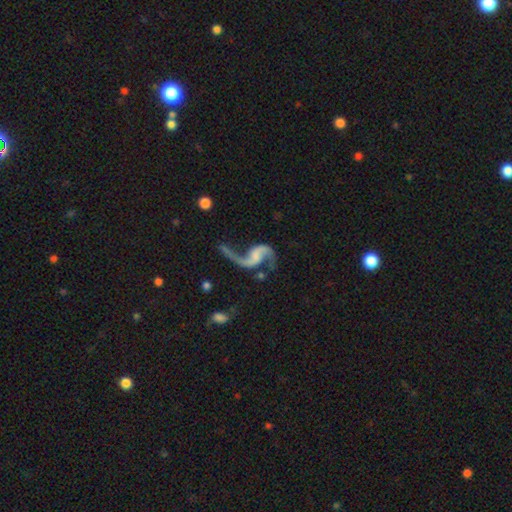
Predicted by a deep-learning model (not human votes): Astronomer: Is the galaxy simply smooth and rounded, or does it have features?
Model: featured or disk — 91%.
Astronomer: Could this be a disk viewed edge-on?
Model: no — 98%.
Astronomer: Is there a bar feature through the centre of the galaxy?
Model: no — 45% (runner-up: weak, 39%).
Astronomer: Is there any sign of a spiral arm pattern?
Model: yes — 97%.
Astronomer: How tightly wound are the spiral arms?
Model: loose — 86%.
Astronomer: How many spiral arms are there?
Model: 2 — 91%.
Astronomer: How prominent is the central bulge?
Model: none — 54%.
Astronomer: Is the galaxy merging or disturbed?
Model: none — 58%.